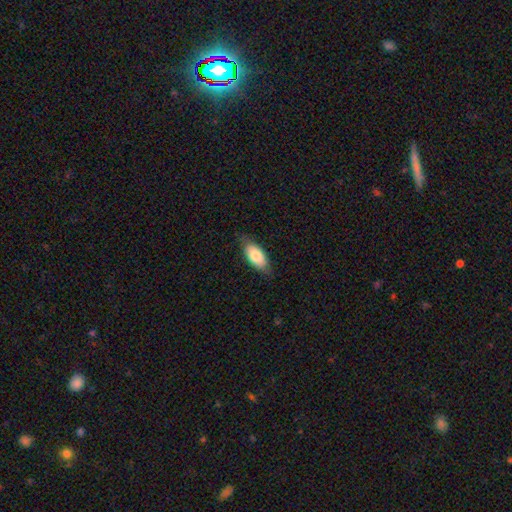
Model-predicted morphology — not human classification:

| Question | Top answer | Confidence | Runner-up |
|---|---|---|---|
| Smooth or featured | smooth | 79% | featured or disk (15%) |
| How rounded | in between | 89% | cigar-shaped (9%) |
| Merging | none | 76% | minor disturbance (19%) |